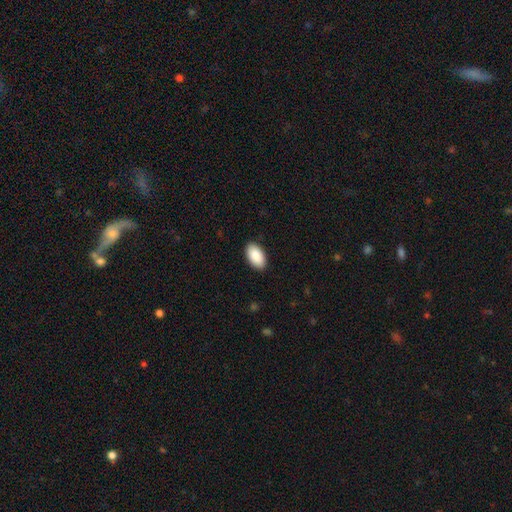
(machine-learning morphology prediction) type=smooth (90%); roundness=in between (96%); merging=none (90%).